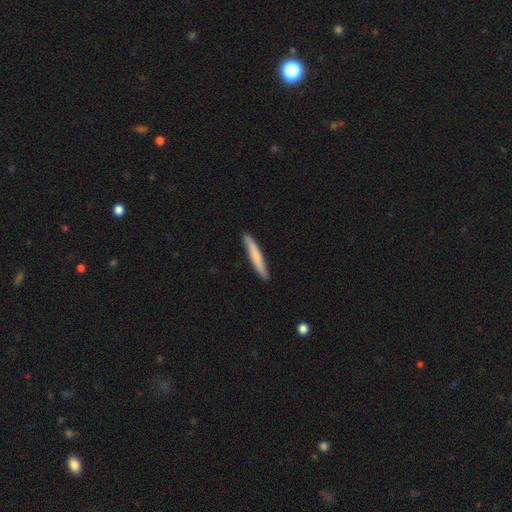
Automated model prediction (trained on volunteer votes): smooth_or_featured: smooth (p=0.68) [alt: featured or disk p=0.27]
how_rounded: cigar-shaped (p=0.96) [alt: in between p=0.03]
merging: none (p=0.89) [alt: minor disturbance p=0.09]